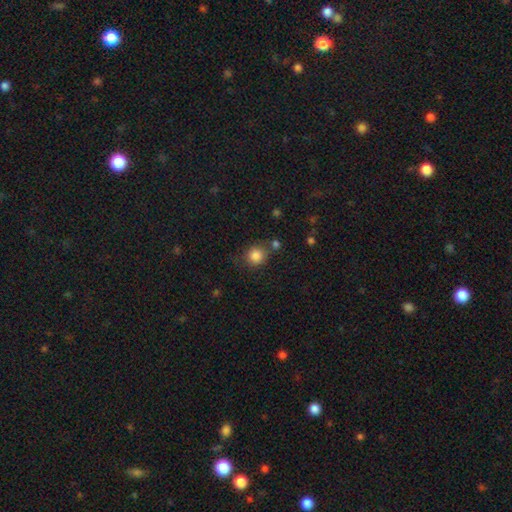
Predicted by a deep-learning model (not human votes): Q: Smooth or featured?
A: smooth (84%); runner-up: star or artifact (10%)
Q: How rounded?
A: round (89%); runner-up: in between (10%)
Q: Merging?
A: none (71%); runner-up: minor disturbance (13%)